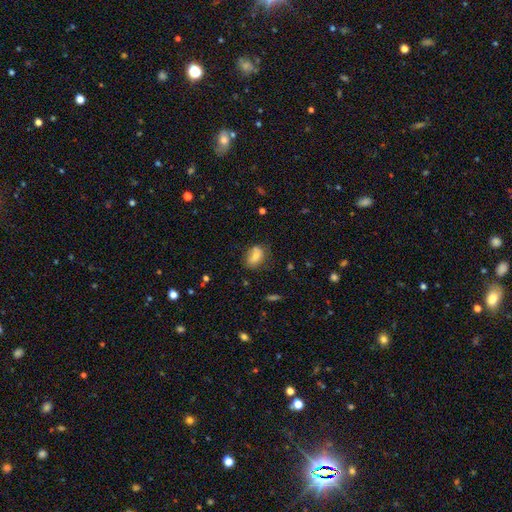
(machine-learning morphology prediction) Smooth or featured: smooth — 72% (featured or disk — 19%)
How rounded: in between — 81% (round — 16%)
Merging: none — 59% (minor disturbance — 26%)